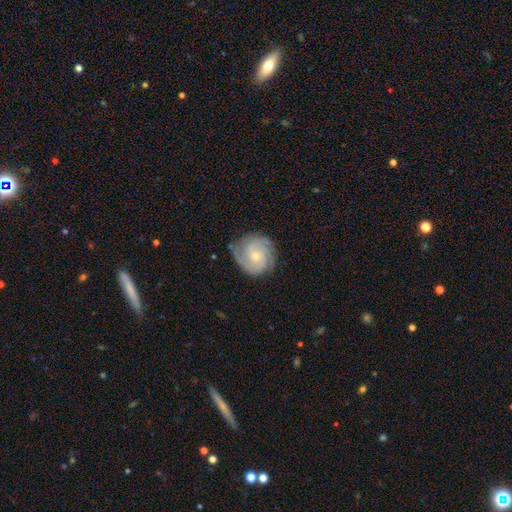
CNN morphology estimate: smooth_or_featured: featured or disk (p=0.79) [alt: smooth p=0.15]
disk_edge_on: no (p=0.98) [alt: yes p=0.02]
bar: no (p=0.77) [alt: weak p=0.19]
has_spiral_arms: yes (p=0.96) [alt: no p=0.04]
spiral_winding: tight (p=0.63) [alt: medium p=0.31]
spiral_arm_count: 3 (p=0.34) [alt: 2 p=0.27]
bulge_size: small (p=0.69) [alt: moderate p=0.28]
merging: none (p=0.75) [alt: minor disturbance p=0.18]